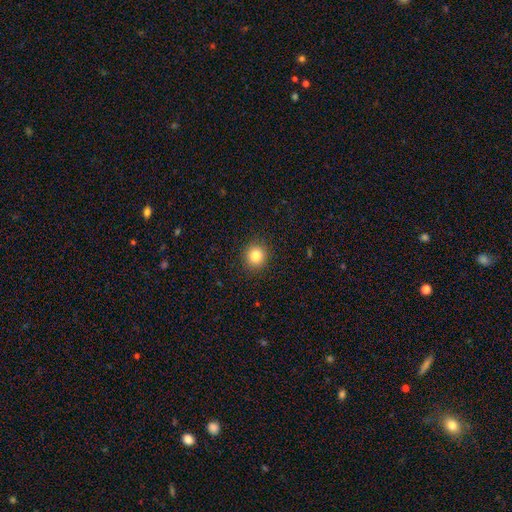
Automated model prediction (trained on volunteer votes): Smooth or featured?
  - smooth: 82% *
  - star or artifact: 11%
  - featured or disk: 6%
How rounded?
  - round: 90% *
  - in between: 9%
  - cigar-shaped: 1%
Merging?
  - none: 91% *
  - minor disturbance: 6%
  - major disturbance: 2%
  - merger: 1%